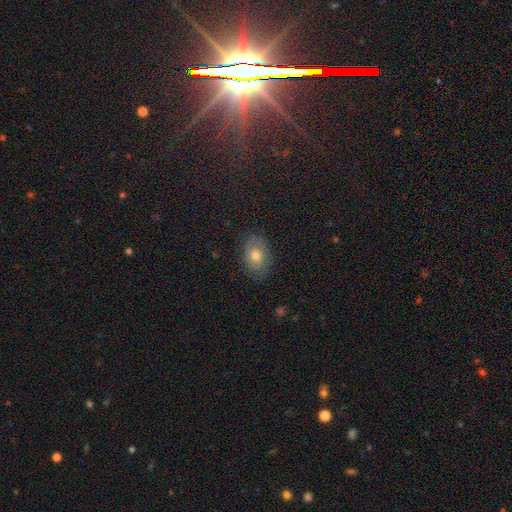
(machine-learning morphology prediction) The model was most divided on "smooth or featured": smooth: 62%, featured or disk: 26%, star or artifact: 13%. More confident: merging — none (81%); how rounded — in between (77%).